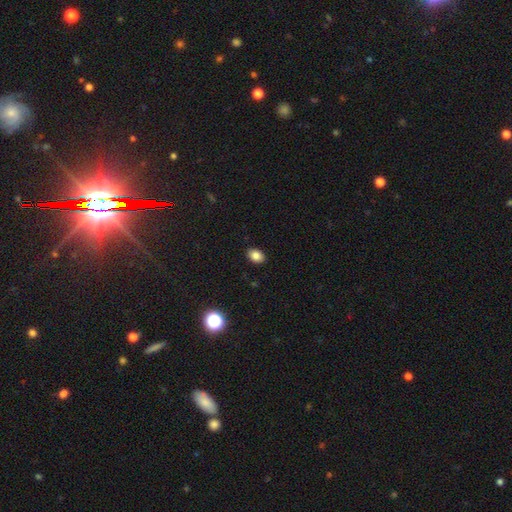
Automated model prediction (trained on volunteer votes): The model was most divided on "how rounded": in between: 79%, round: 20%, cigar-shaped: 1%. More confident: merging — none (89%); smooth or featured — smooth (85%).